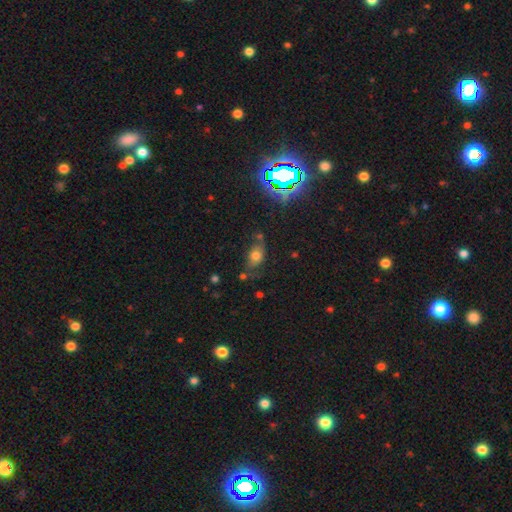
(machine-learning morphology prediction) smooth-or-featured: smooth: 58% | featured or disk: 23% | star or artifact: 20%
  how-rounded: in between: 75% | round: 21% | cigar-shaped: 4%
  merging: none: 54% | minor disturbance: 25% | major disturbance: 13% | merger: 8%